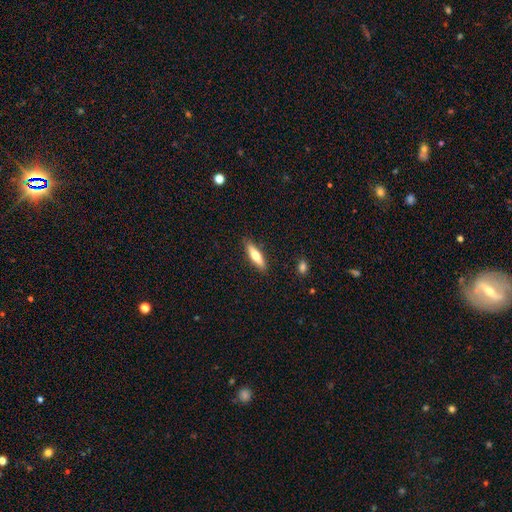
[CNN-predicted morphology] smooth-or-featured: smooth: 61% | featured or disk: 34% | star or artifact: 6%
  how-rounded: cigar-shaped: 67% | in between: 31% | round: 2%
  merging: none: 88% | minor disturbance: 9% | major disturbance: 2% | merger: 1%